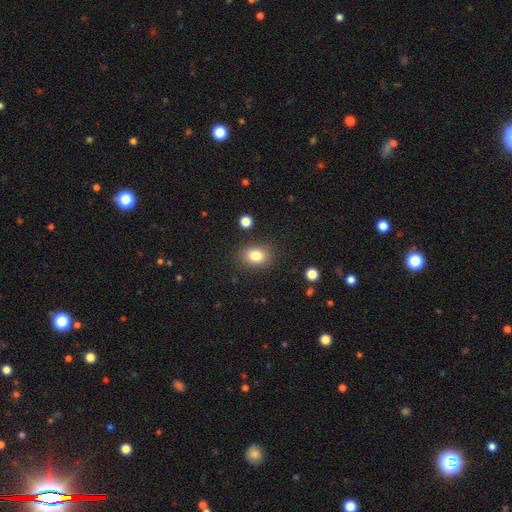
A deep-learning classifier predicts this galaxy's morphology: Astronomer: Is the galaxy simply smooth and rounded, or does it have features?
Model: smooth — 82%.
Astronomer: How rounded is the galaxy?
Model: in between — 56% (runner-up: round, 43%).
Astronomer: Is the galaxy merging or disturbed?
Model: none — 84%.